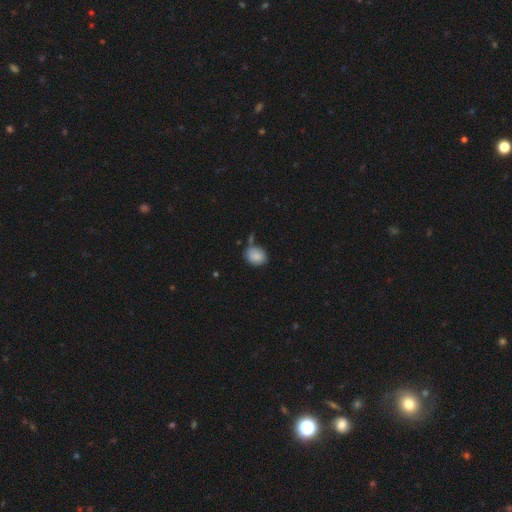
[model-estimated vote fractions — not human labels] This is clearly a smooth galaxy (86%). How rounded: possibly in between (53%). Merging: likely none (63%).